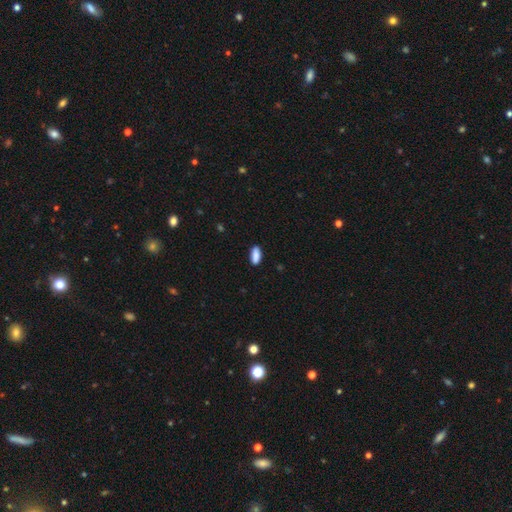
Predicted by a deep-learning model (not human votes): Smooth or featured? smooth (88%)
How rounded? in between (81%)
Merging? none (83%)